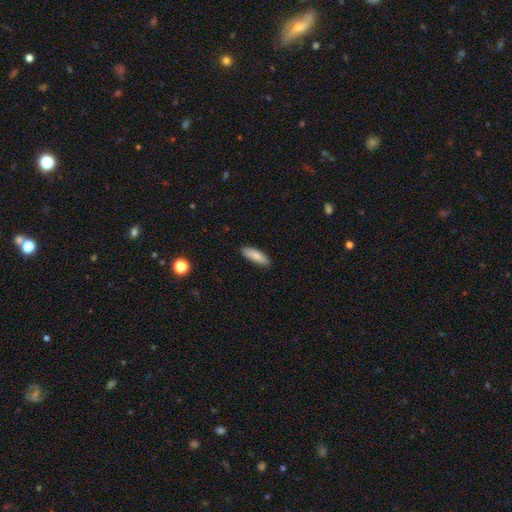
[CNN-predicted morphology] This is clearly a smooth galaxy (85%). How rounded: possibly in between (54%). Merging: clearly none (89%).